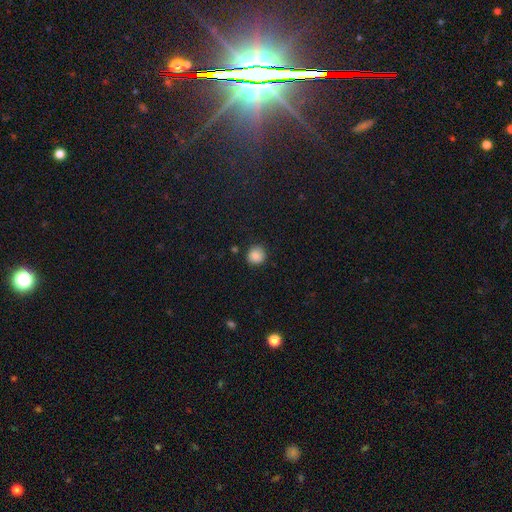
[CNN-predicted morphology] Smooth or featured? smooth (87%)
How rounded? round (91%)
Merging? none (87%)